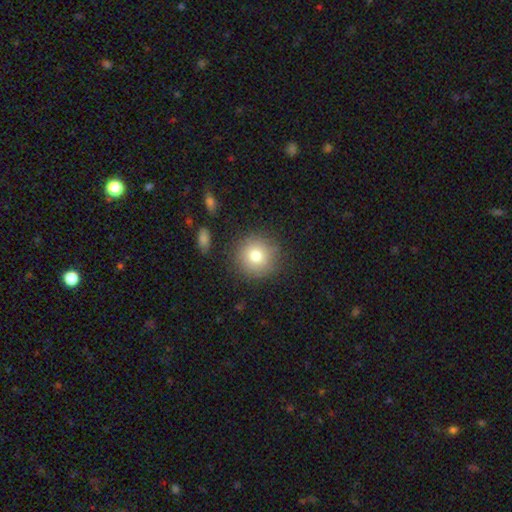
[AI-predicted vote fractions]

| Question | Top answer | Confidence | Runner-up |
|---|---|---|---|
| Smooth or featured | smooth | 79% | featured or disk (11%) |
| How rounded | round | 93% | in between (6%) |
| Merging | none | 86% | minor disturbance (9%) |